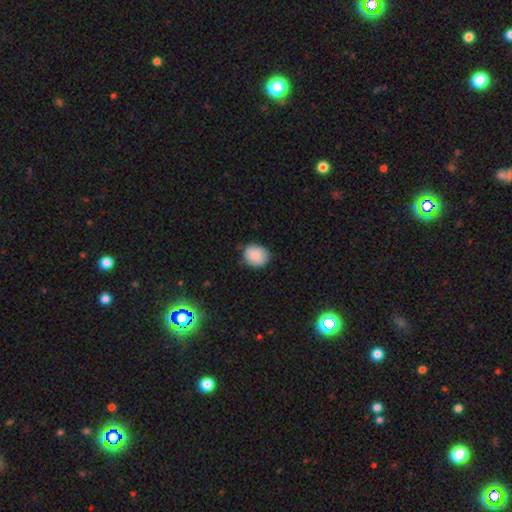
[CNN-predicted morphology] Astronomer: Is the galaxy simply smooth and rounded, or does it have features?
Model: smooth — 83%.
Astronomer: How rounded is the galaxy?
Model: round — 68%.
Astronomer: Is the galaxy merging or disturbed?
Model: none — 79%.